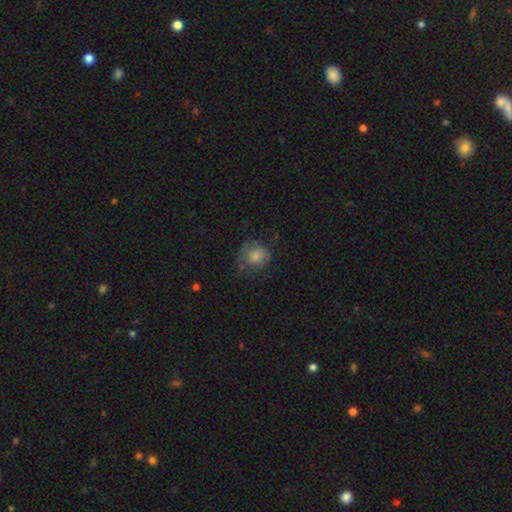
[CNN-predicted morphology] Smooth or featured? Predicted: smooth (p=0.69). How rounded? Predicted: round (p=0.75). Merging? Predicted: none (p=0.49).